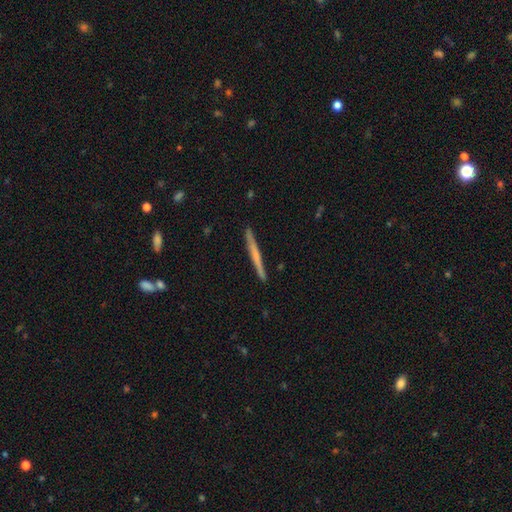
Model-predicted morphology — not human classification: type=featured or disk (50%); edge-on=yes (97%); merging=none (91%).